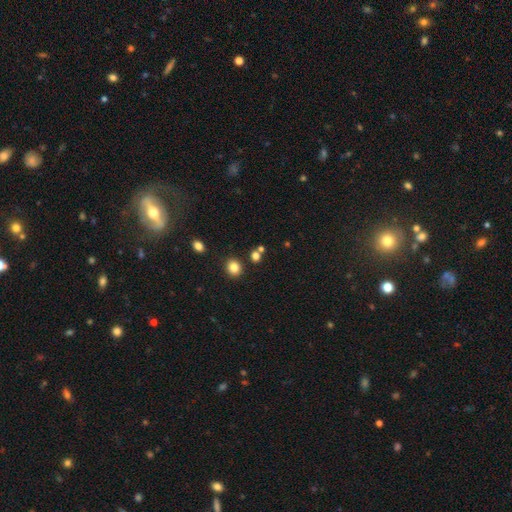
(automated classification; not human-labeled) Smooth or featured: smooth — 78% (star or artifact — 16%)
How rounded: round — 77% (in between — 22%)
Merging: none — 76% (merger — 13%)